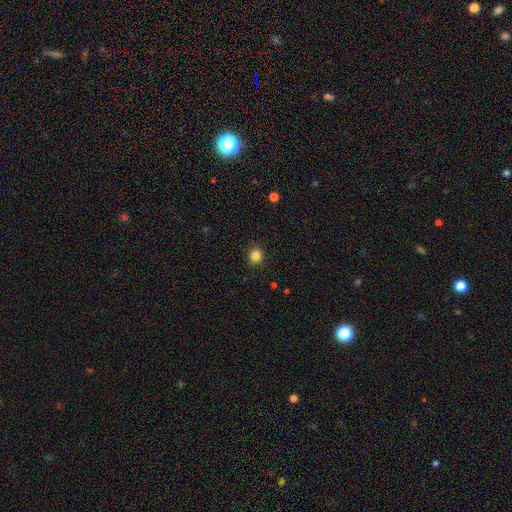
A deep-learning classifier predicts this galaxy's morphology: smooth_or_featured: smooth (p=0.84) [alt: star or artifact p=0.11]
how_rounded: round (p=0.84) [alt: in between p=0.15]
merging: none (p=0.89) [alt: minor disturbance p=0.08]